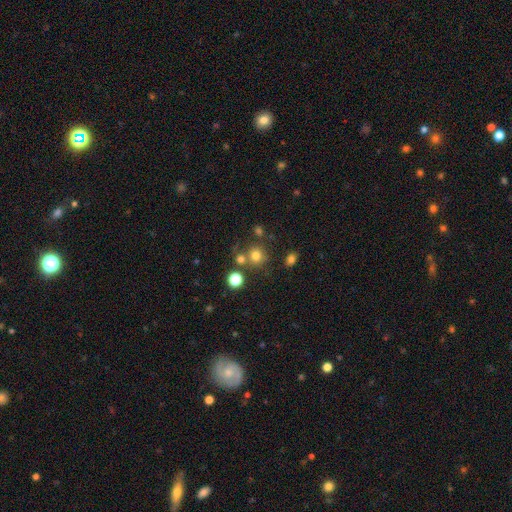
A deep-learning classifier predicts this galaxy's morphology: Overall: smooth (73%). How rounded: round (89%). Merging: none (69%).